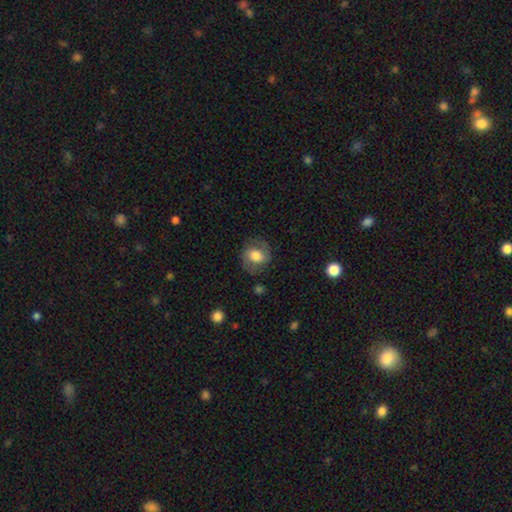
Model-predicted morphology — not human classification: smooth 54%, featured or disk 38%, star or artifact 8%. Down the decision tree: how rounded — round (65%); merging — none (74%).